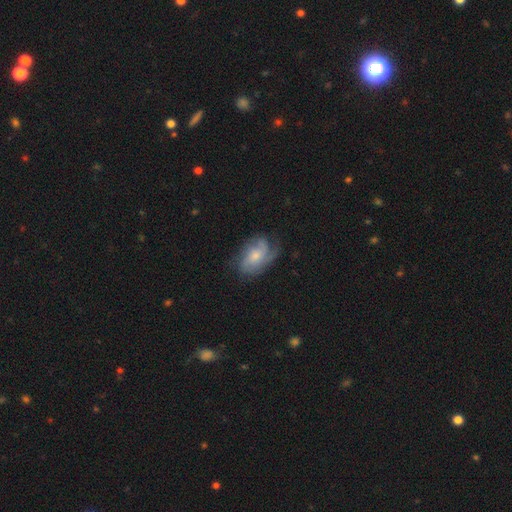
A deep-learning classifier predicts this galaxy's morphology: Smooth or featured? featured or disk (63%)
Edge-on disk? no (96%)
Bar? no (71%)
Spiral arms? yes (89%)
Spiral winding? medium (42%)
Spiral arm count? can't tell (30%)
Bulge size? moderate (45%, tied with small)
Merging? none (59%)